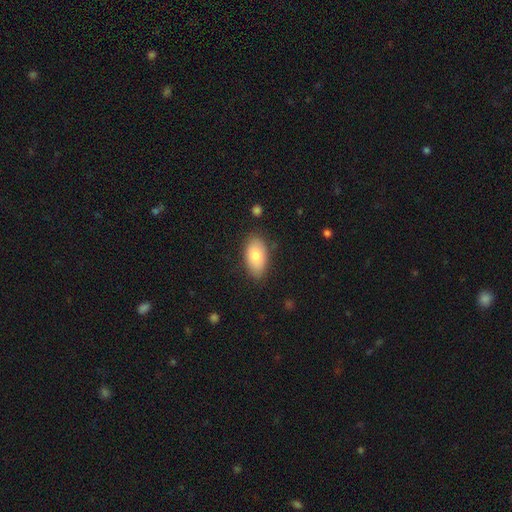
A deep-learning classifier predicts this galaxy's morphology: Overall: smooth (81%). How rounded: in between (93%). Merging: none (84%).